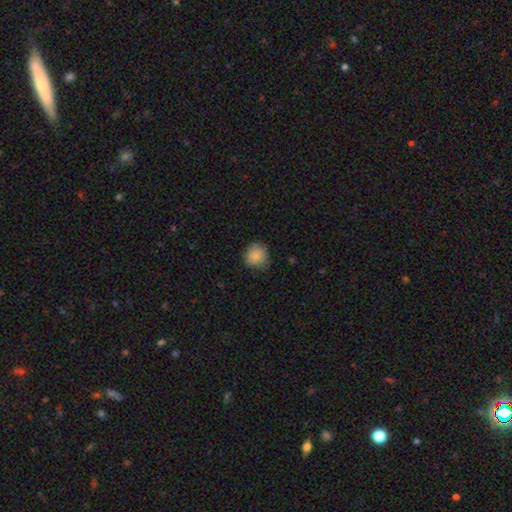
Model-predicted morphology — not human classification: smooth 83%, featured or disk 9%, star or artifact 8%. Down the decision tree: how rounded — round (83%); merging — none (70%).